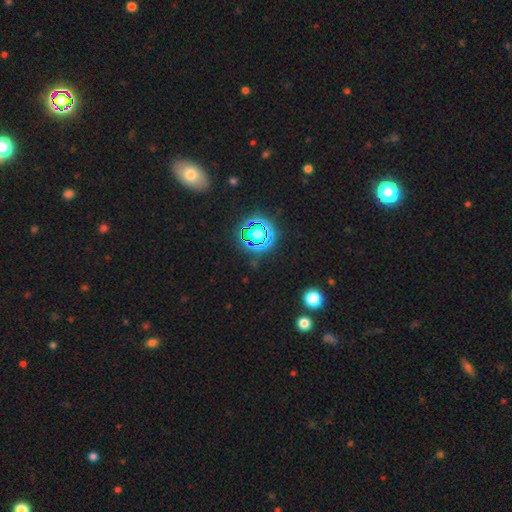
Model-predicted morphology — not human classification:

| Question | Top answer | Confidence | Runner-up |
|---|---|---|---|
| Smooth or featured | star or artifact | 71% | smooth (20%) |